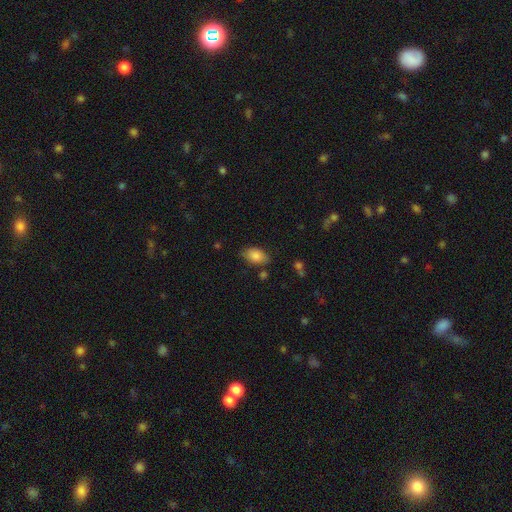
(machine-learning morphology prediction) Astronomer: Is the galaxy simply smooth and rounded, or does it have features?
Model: smooth — 83%.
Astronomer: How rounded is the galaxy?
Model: in between — 91%.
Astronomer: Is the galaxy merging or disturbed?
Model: none — 76%.